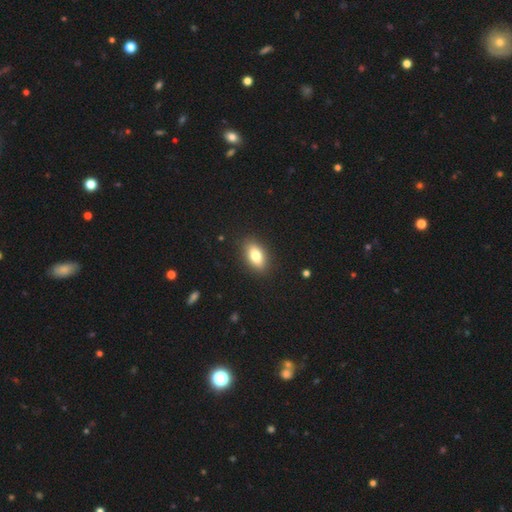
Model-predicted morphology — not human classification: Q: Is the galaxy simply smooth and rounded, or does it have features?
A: smooth — 79%.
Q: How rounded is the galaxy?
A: in between — 88%.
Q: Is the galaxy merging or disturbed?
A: none — 88%.